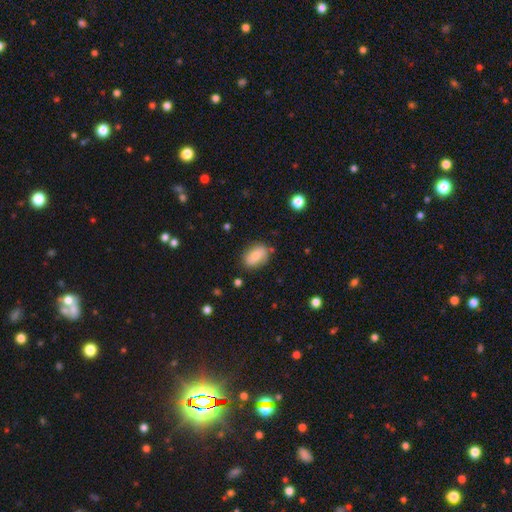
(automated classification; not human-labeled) This is likely a smooth galaxy (67%). How rounded: clearly in between (83%). Merging: likely none (79%).